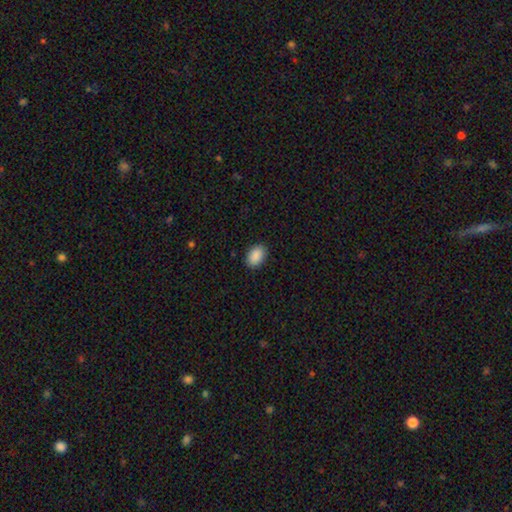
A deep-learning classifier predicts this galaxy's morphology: Smooth or featured? smooth (90%)
How rounded? in between (87%)
Merging? none (89%)